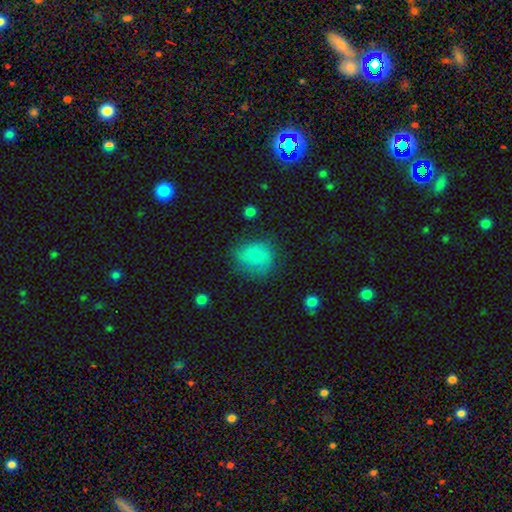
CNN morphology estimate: Smooth or featured?
  - smooth: 79% *
  - featured or disk: 11%
  - star or artifact: 9%
How rounded?
  - round: 77% *
  - in between: 22%
  - cigar-shaped: 1%
Merging?
  - none: 67% *
  - minor disturbance: 23%
  - major disturbance: 8%
  - merger: 2%